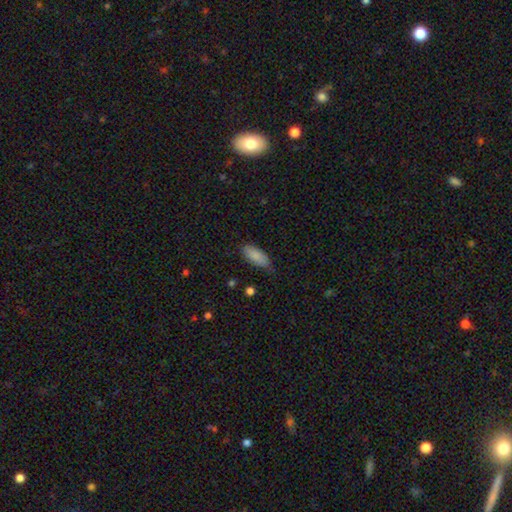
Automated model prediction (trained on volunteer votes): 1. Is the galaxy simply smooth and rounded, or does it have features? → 87% smooth, 7% featured or disk, 6% star or artifact.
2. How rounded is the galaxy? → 85% in between, 13% cigar-shaped, 2% round.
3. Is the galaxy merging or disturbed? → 68% none, 26% minor disturbance, 4% major disturbance, 2% merger.